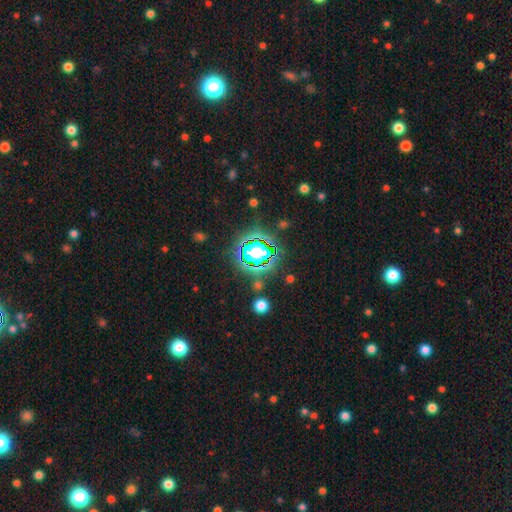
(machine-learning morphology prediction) Overall: star or artifact (62%; smooth 26%).